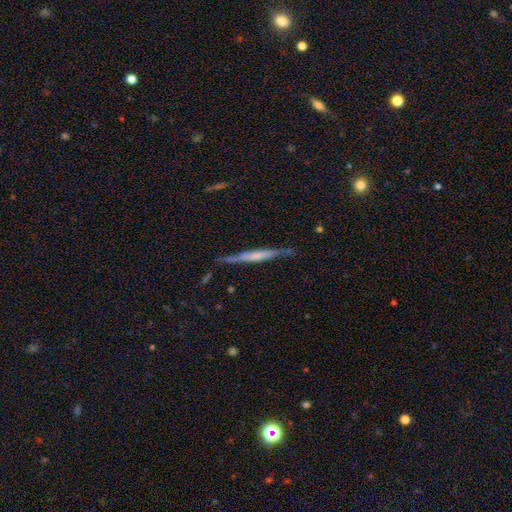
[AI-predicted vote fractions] Smooth or featured?
  - featured or disk: 60% *
  - smooth: 33%
  - star or artifact: 6%
Edge-on disk?
  - yes: 95% *
  - no: 5%
Edge-on bulge?
  - none: 54% *
  - rounded: 25%
  - boxy: 22%
Merging?
  - none: 79% *
  - minor disturbance: 15%
  - major disturbance: 3%
  - merger: 2%